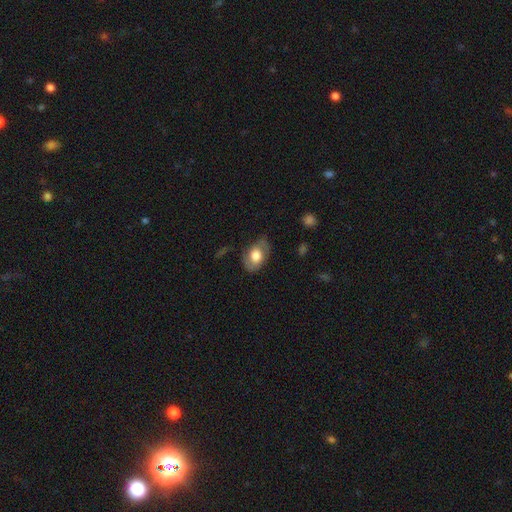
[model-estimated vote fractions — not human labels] Smooth or featured?
  - smooth: 63% *
  - featured or disk: 30%
  - star or artifact: 6%
How rounded?
  - in between: 86% *
  - round: 13%
  - cigar-shaped: 1%
Merging?
  - none: 69% *
  - minor disturbance: 23%
  - major disturbance: 7%
  - merger: 1%